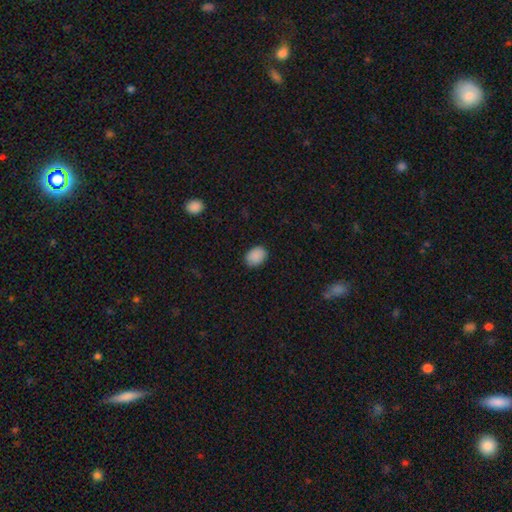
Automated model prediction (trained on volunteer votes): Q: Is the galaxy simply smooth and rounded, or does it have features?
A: smooth — 89%.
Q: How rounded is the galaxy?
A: in between — 74%.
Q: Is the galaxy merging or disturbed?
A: none — 86%.